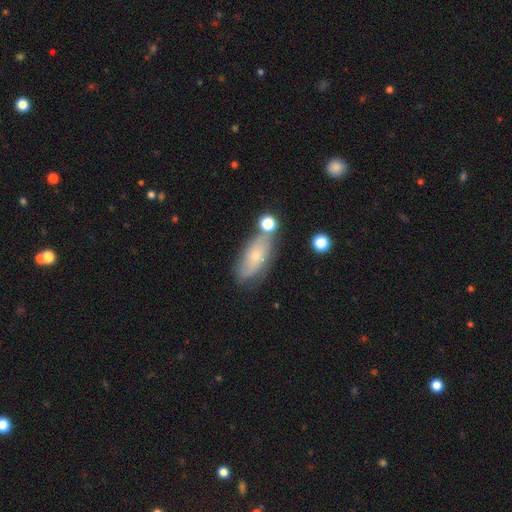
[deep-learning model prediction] A smooth galaxy with no disk features (55%) that is in between round and cigar-shaped (80%).

Vote fractions:
- Smooth or featured? smooth: 55% / featured or disk: 36% / star or artifact: 9%
- How rounded? in between: 80% / cigar-shaped: 15% / round: 5%
- Merging? none: 59% / minor disturbance: 22% / merger: 12% / major disturbance: 7%